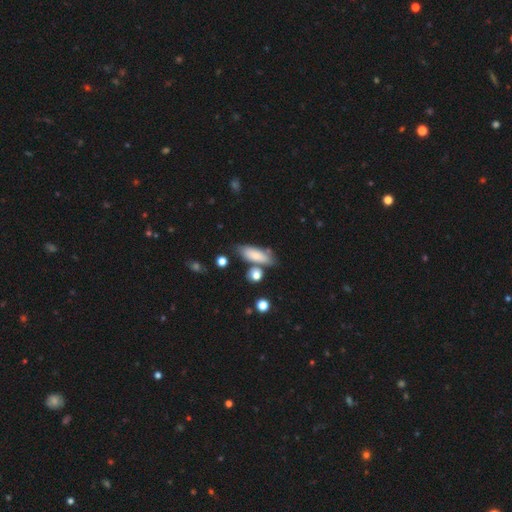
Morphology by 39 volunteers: Smooth or featured? 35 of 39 (90%) said smooth. How rounded? 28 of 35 (80%) said in between. Merging? 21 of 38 (55%) said none.